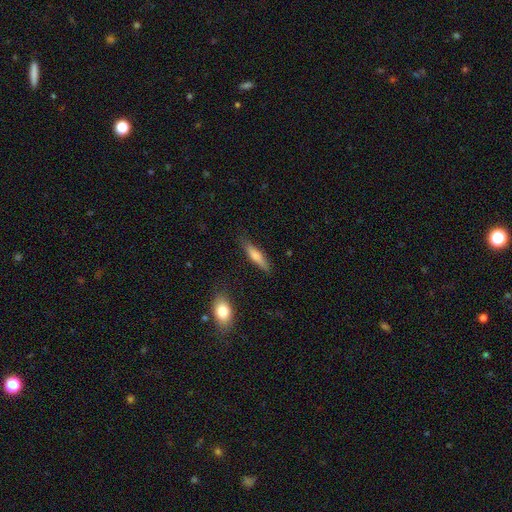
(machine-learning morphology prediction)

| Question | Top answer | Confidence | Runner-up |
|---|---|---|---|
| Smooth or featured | smooth | 67% | featured or disk (26%) |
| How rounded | cigar-shaped | 76% | in between (22%) |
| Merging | none | 82% | minor disturbance (13%) |